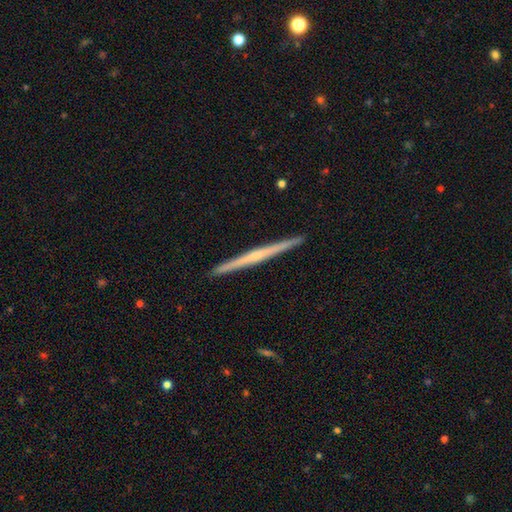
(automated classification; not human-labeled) The model was most divided on "smooth or featured": featured or disk: 65%, smooth: 30%, star or artifact: 5%. More confident: edge-on disk — yes (98%); merging — none (93%); edge-on bulge — none (64%).